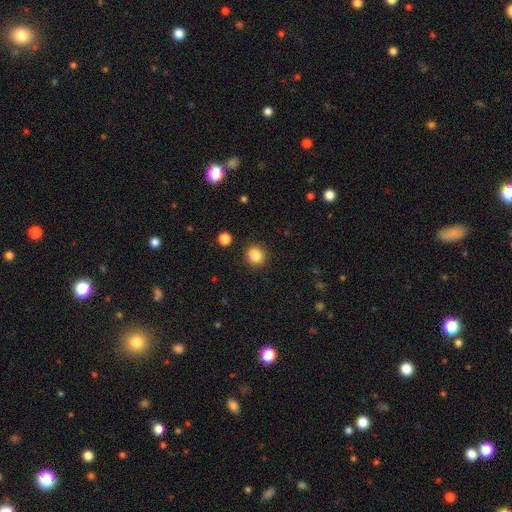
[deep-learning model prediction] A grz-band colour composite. It shows a smooth galaxy with no disk features (81%) that is round (73%). Merging: none (70%).